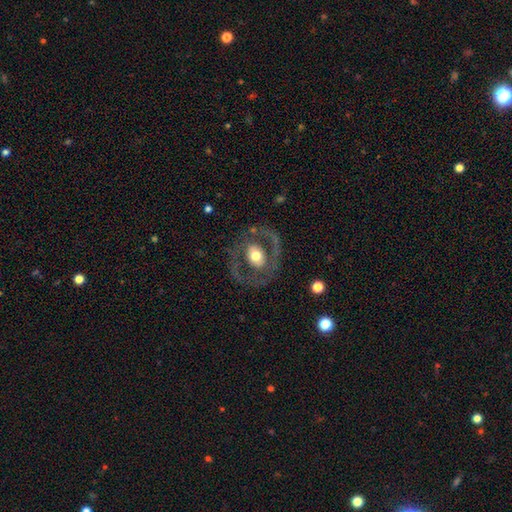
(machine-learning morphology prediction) This is likely a featured or disk galaxy (66%). It is clearly not viewed edge-on (95%). Bar: likely no (64%). Spiral arm pattern: possibly no (57%). Central bulge: likely moderate (63%). Merging: likely none (74%).